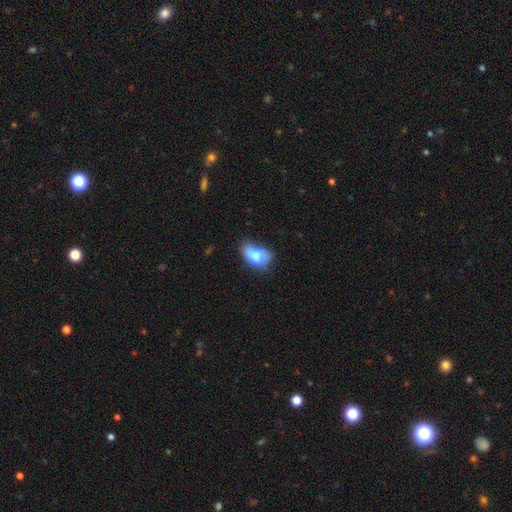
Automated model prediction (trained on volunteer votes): The model was most divided on "merging": minor disturbance: 38%, none: 33%, major disturbance: 21%, merger: 8%. More confident: how rounded — in between (87%); smooth or featured — smooth (72%).